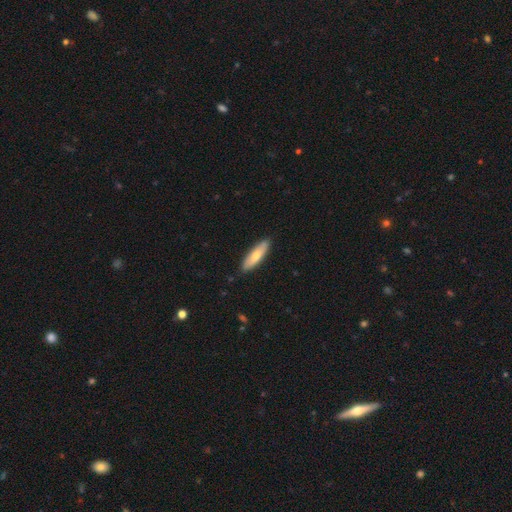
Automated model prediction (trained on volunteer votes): smooth 70%, featured or disk 25%, star or artifact 5%. Down the decision tree: how rounded — cigar-shaped (58%); merging — none (87%).